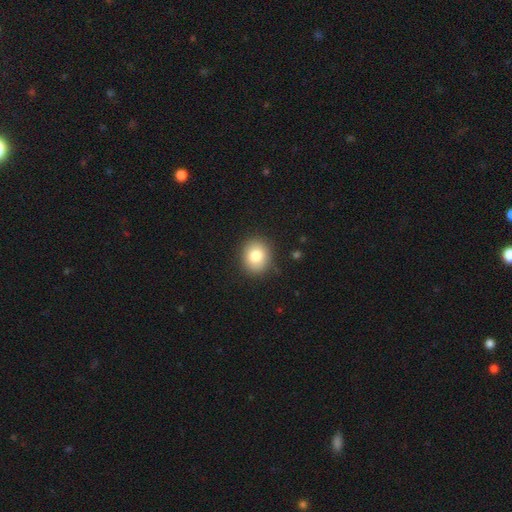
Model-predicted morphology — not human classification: A smooth galaxy with no disk features (82%) that is round (66%). Merging: none (87%).